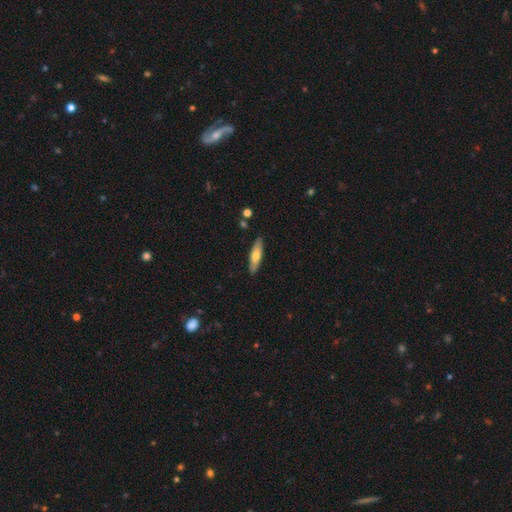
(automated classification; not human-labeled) A smooth galaxy with no disk features (63%) that is cigar-shaped (68%). Merging: none (88%).